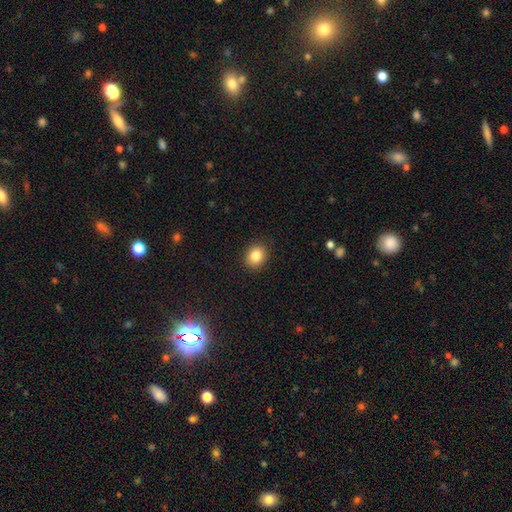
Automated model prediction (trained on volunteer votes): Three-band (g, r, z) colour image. It shows a smooth galaxy with no disk features (85%) that is round (63%). Merging: none (90%).